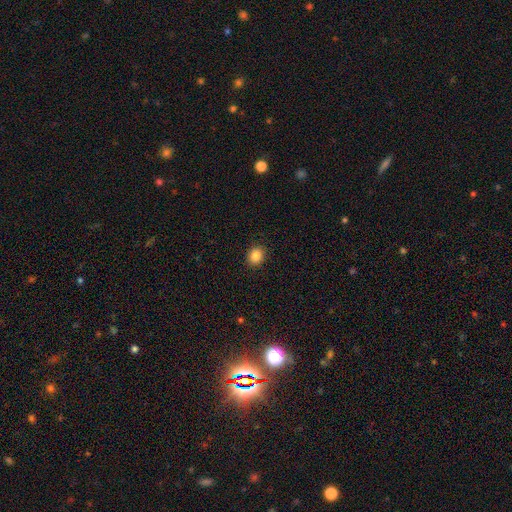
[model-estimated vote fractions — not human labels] smooth 86%, star or artifact 10%, featured or disk 4%. Down the decision tree: how rounded — round (69%); merging — none (90%).